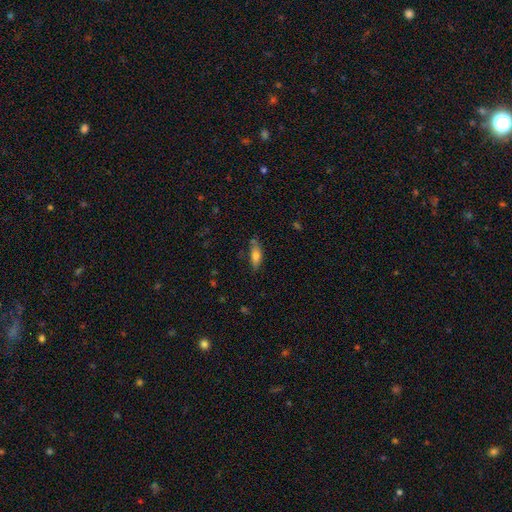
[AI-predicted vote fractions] smooth_or_featured: smooth (p=0.74) [alt: featured or disk p=0.18]
how_rounded: in between (p=0.69) [alt: cigar-shaped p=0.29]
merging: none (p=0.66) [alt: minor disturbance p=0.22]